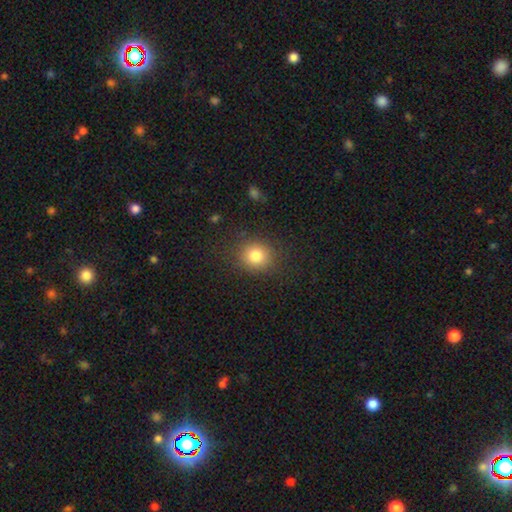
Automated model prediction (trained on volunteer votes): smooth_or_featured: smooth (p=0.81) [alt: star or artifact p=0.12]
how_rounded: round (p=0.79) [alt: in between p=0.20]
merging: none (p=0.85) [alt: minor disturbance p=0.10]